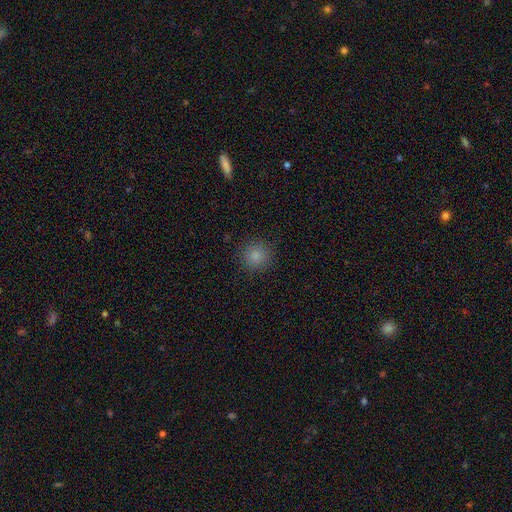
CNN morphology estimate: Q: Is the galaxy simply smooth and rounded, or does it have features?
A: smooth — 84%.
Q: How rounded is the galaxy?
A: round — 93%.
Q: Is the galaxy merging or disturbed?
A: none — 90%.